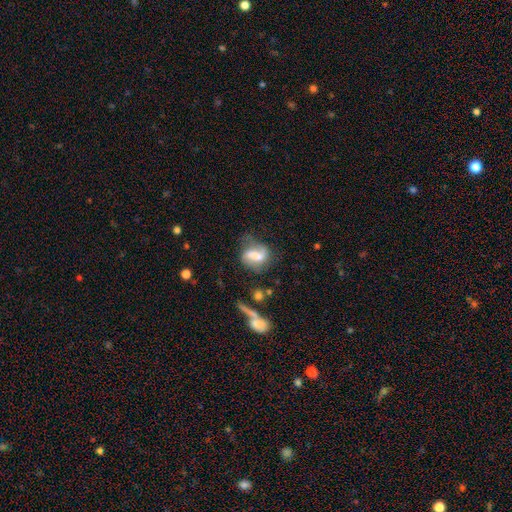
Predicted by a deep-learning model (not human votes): smooth_or_featured: featured or disk (p=0.49) [alt: smooth p=0.41]
merging: none (p=0.48) [alt: minor disturbance p=0.26]